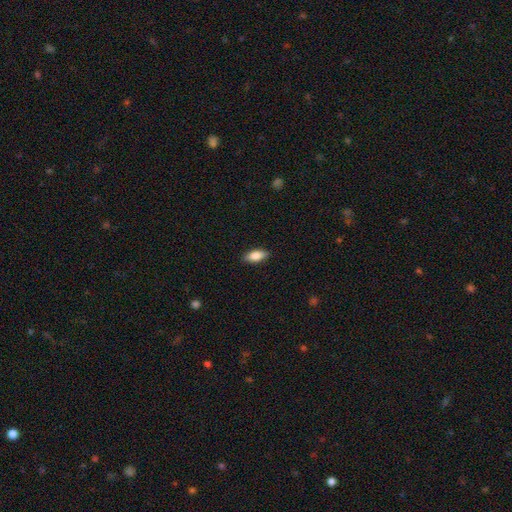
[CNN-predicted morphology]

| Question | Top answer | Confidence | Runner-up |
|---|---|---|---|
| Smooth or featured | smooth | 83% | featured or disk (10%) |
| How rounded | in between | 83% | cigar-shaped (15%) |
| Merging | none | 88% | minor disturbance (9%) |